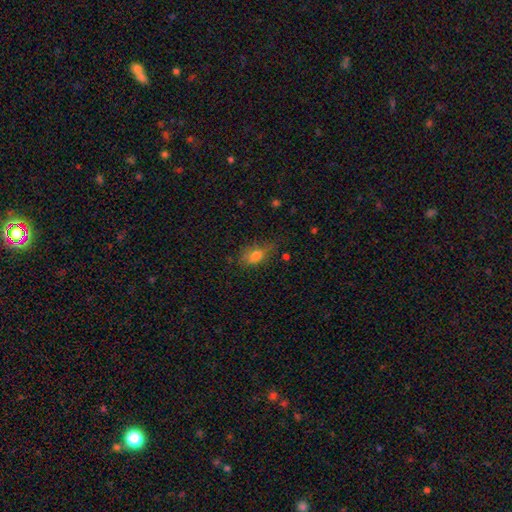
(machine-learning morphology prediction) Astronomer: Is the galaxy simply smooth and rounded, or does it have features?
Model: smooth — 77%.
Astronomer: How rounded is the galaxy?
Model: in between — 78%.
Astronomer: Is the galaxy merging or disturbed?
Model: none — 54% (runner-up: minor disturbance, 31%).